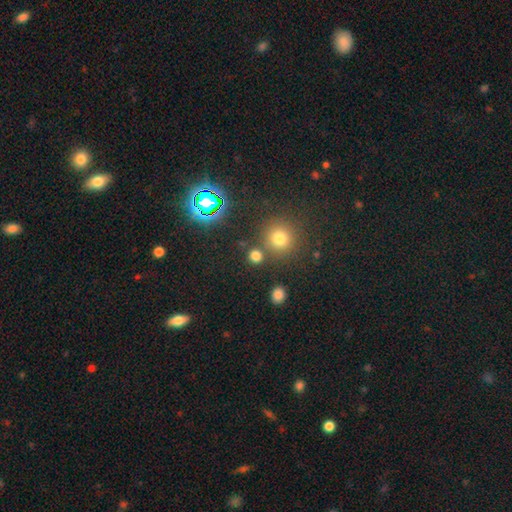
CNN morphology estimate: Smooth or featured? Predicted: smooth (p=0.71). How rounded? Predicted: round (p=0.87). Merging? Predicted: none (p=0.78).